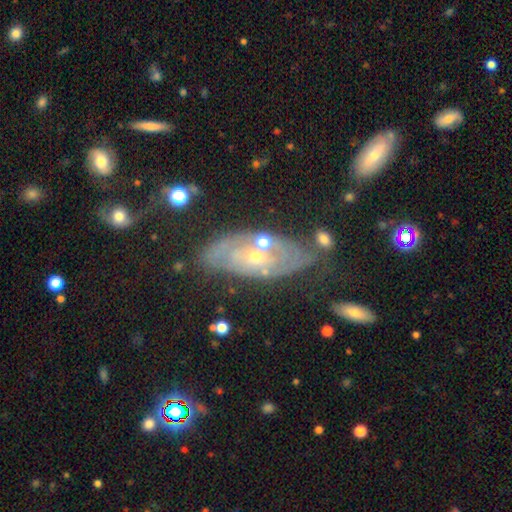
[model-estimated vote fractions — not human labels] Smooth or featured: featured or disk — 73% (smooth — 15%)
Edge-on disk: no — 88% (yes — 12%)
Bar: no — 72% (weak — 22%)
Spiral arms: yes — 75% (no — 25%)
Bulge size: small — 58% (moderate — 37%)
Merging: none — 67% (minor disturbance — 19%)